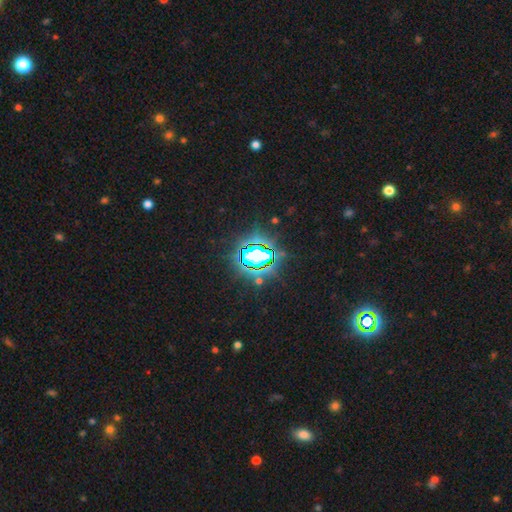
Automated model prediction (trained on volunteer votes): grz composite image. It shows a star or artifact, not a galaxy (76%).